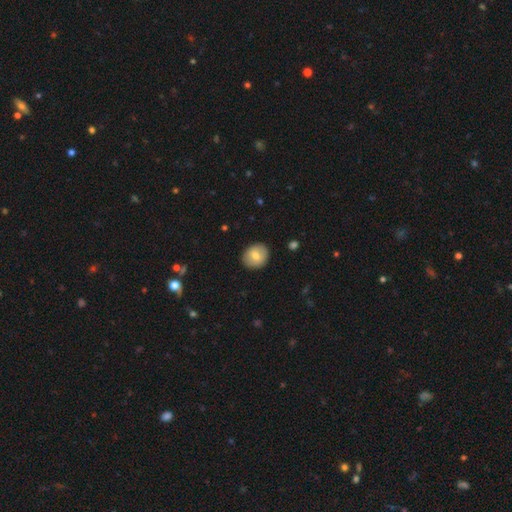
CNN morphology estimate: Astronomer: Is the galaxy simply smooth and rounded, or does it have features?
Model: smooth — 70%.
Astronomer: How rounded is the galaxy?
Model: round — 74%.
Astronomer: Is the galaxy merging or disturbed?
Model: none — 89%.